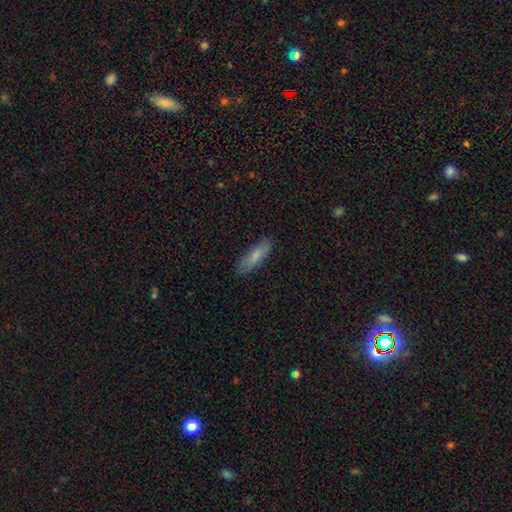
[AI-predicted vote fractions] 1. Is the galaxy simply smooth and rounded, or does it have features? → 77% smooth, 17% featured or disk, 7% star or artifact.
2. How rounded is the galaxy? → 58% cigar-shaped, 40% in between, 2% round.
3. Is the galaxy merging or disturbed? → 83% none, 13% minor disturbance, 3% major disturbance, 1% merger.